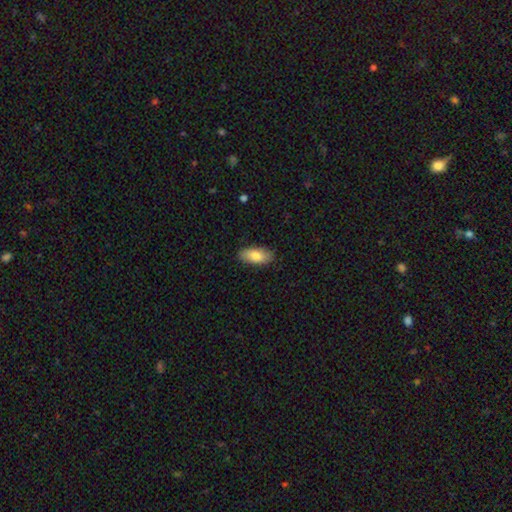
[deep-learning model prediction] Smooth or featured: smooth — 81% (featured or disk — 13%)
How rounded: in between — 88% (cigar-shaped — 9%)
Merging: none — 88% (minor disturbance — 9%)